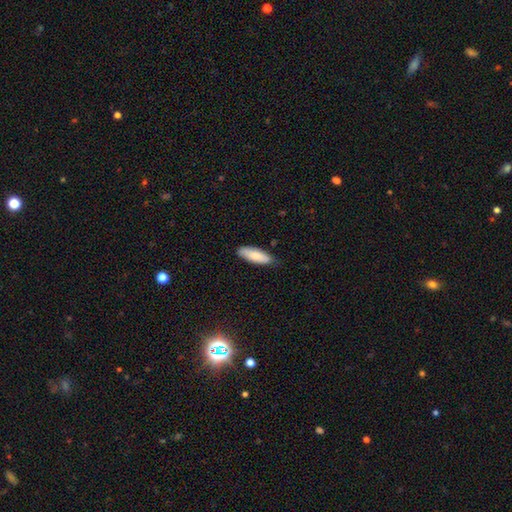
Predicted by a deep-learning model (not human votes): Smooth or featured? smooth (81%)
How rounded? in between (58%)
Merging? none (79%)